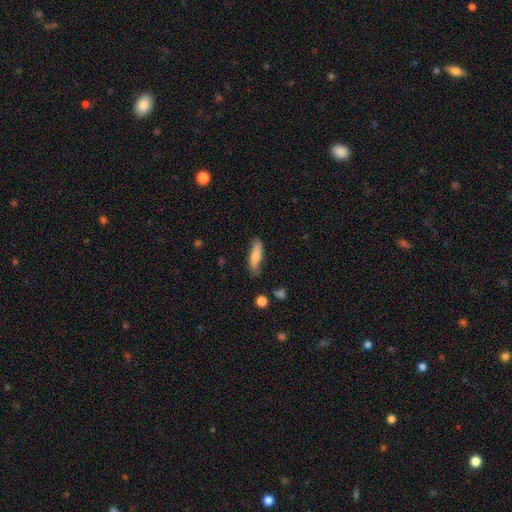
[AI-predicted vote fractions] Smooth or featured? smooth (78%)
How rounded? cigar-shaped (59%)
Merging? none (77%)